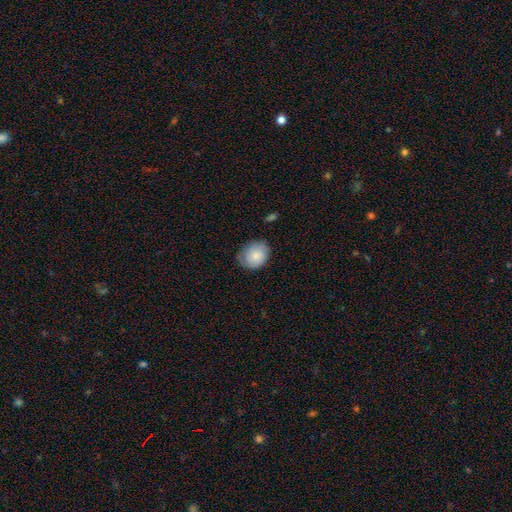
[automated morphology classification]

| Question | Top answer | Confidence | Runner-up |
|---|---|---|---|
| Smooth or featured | smooth | 81% | featured or disk (12%) |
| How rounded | round | 53% | in between (46%) |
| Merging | none | 74% | minor disturbance (21%) |